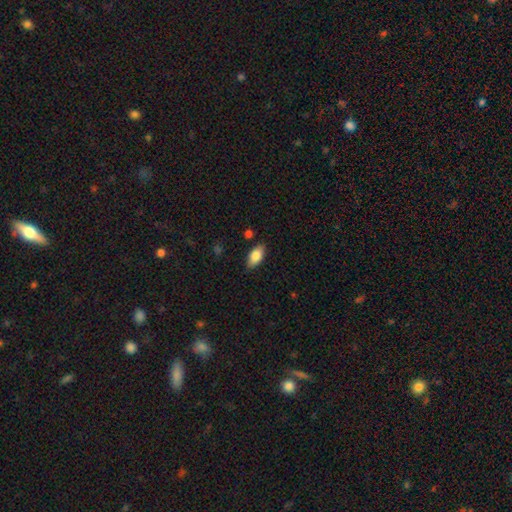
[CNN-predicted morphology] smooth-or-featured: smooth: 82% | featured or disk: 11% | star or artifact: 7%
  how-rounded: in between: 91% | cigar-shaped: 6% | round: 3%
  merging: none: 84% | minor disturbance: 12% | major disturbance: 2% | merger: 2%